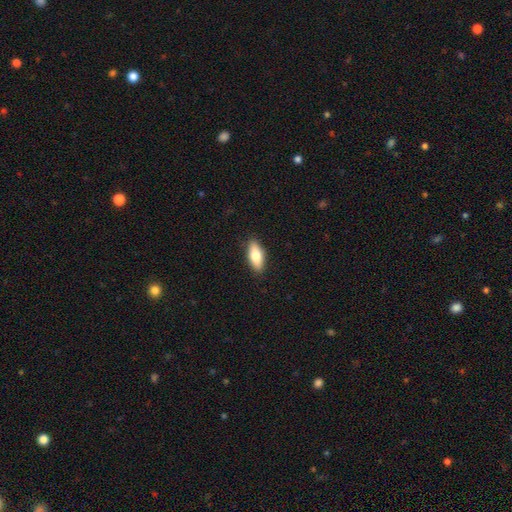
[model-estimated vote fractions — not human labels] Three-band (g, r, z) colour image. It shows a smooth galaxy with no disk features (75%) that is in between round and cigar-shaped (79%). Merging: none (89%).